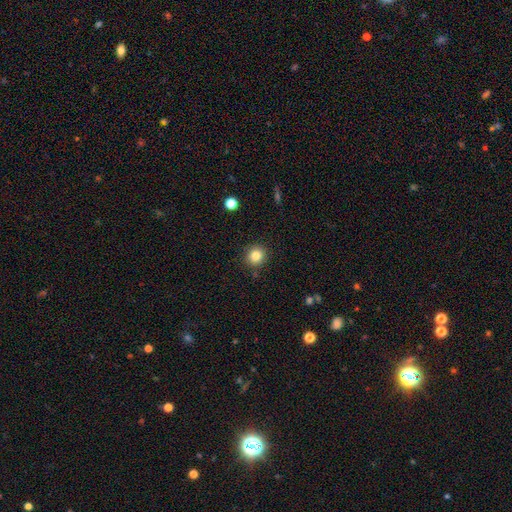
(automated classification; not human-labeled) A smooth galaxy with no disk features (84%) that is round (89%).

Vote fractions:
- Smooth or featured? smooth: 84% / star or artifact: 11% / featured or disk: 5%
- How rounded? round: 89% / in between: 10% / cigar-shaped: 1%
- Merging? none: 89% / minor disturbance: 8% / major disturbance: 2% / merger: 2%